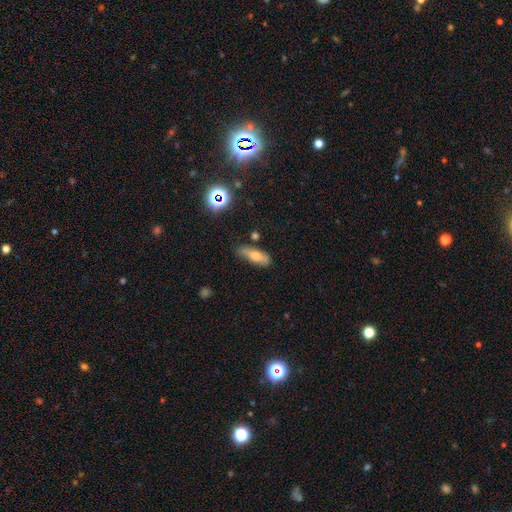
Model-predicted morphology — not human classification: Smooth or featured? Predicted: smooth (p=0.63). How rounded? Predicted: in between (p=0.60). Merging? Predicted: none (p=0.69).